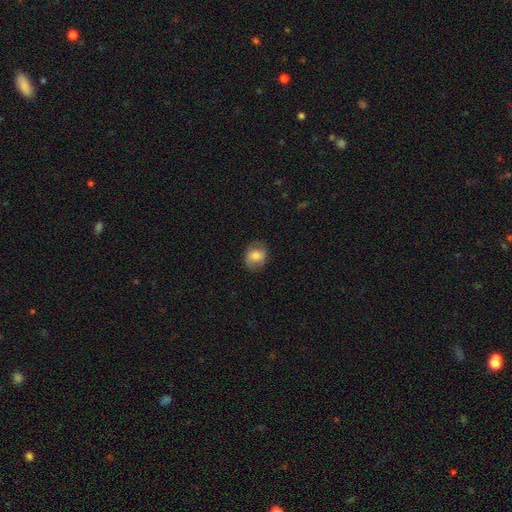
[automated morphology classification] Smooth or featured?
  - smooth: 69% *
  - featured or disk: 23%
  - star or artifact: 8%
How rounded?
  - round: 51% *
  - in between: 48%
  - cigar-shaped: 1%
Merging?
  - none: 79% *
  - minor disturbance: 15%
  - major disturbance: 5%
  - merger: 1%